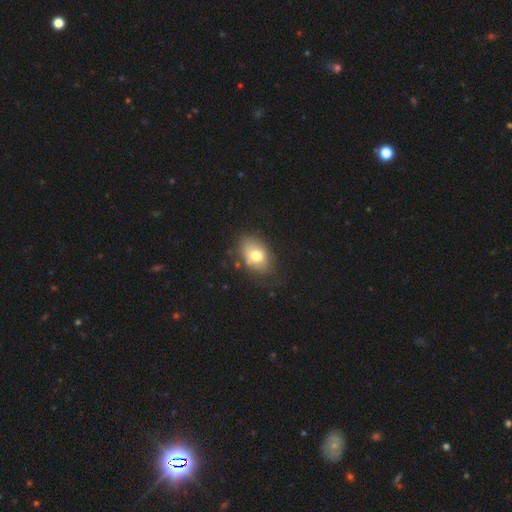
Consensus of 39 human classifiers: This is likely a smooth galaxy (72%). How rounded: clearly in between (93%). Merging: likely none (75%).